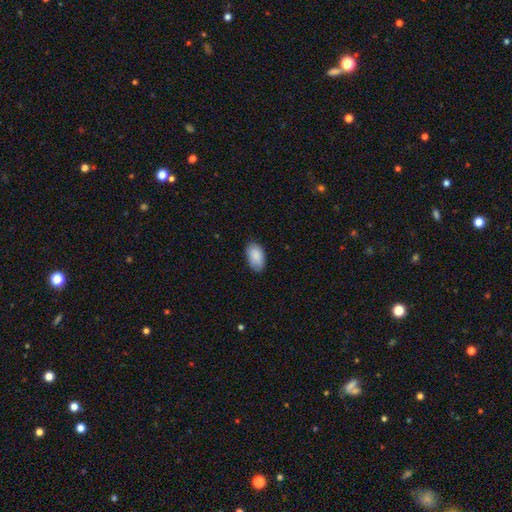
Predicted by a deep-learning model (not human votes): Smooth or featured? Predicted: smooth (p=0.90). How rounded? Predicted: in between (p=0.95). Merging? Predicted: none (p=0.85).